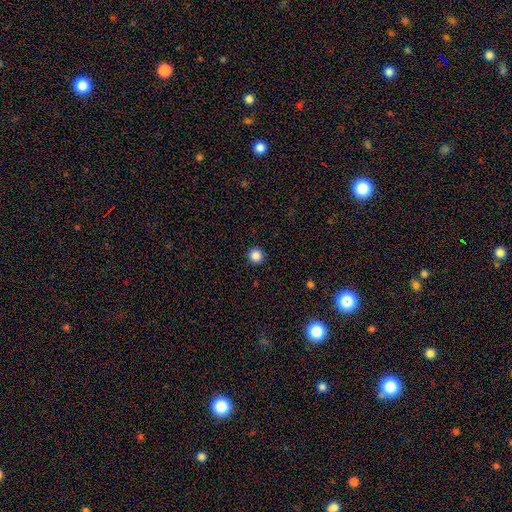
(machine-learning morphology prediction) This is clearly a smooth galaxy (86%). How rounded: clearly round (96%). Merging: clearly none (93%).